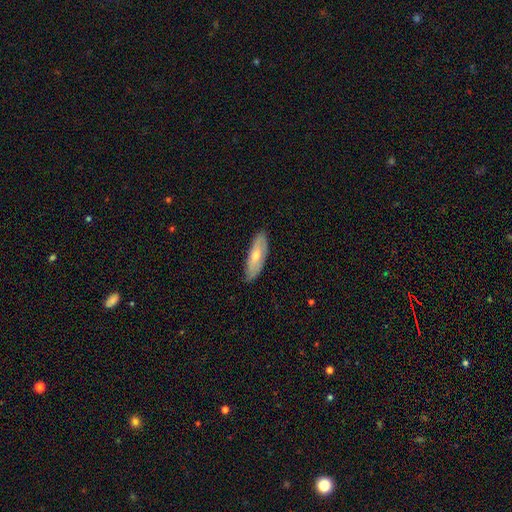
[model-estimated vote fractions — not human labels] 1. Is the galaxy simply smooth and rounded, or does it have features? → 52% smooth, 41% featured or disk, 7% star or artifact.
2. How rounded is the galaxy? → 53% in between, 45% cigar-shaped, 2% round.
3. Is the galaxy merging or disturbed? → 86% none, 11% minor disturbance, 2% major disturbance, 1% merger.